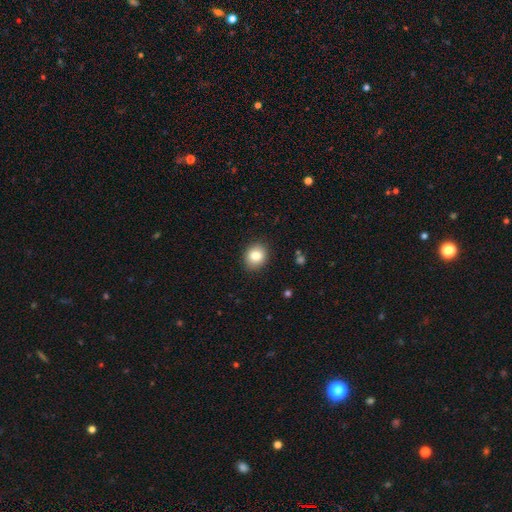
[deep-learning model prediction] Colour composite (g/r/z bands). It shows a smooth galaxy with no disk features (83%) that is round (66%). Merging: none (88%).